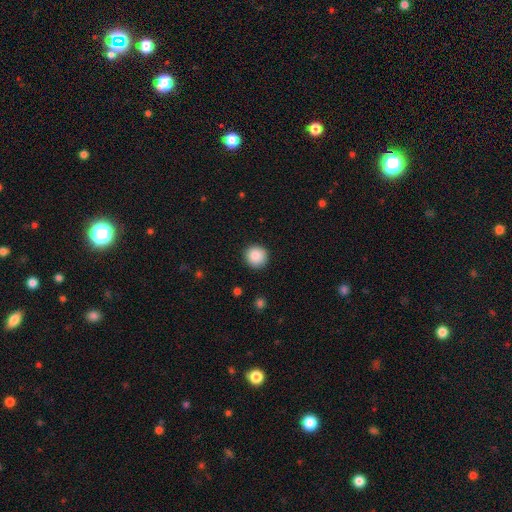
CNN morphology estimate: smooth_or_featured: smooth (p=0.88) [alt: star or artifact p=0.08]
how_rounded: round (p=0.94) [alt: in between p=0.05]
merging: none (p=0.91) [alt: minor disturbance p=0.06]